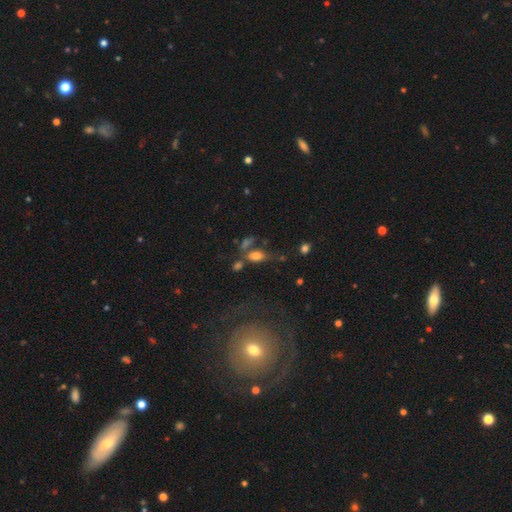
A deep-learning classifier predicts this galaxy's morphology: Overall: smooth (72%). How rounded: in between (85%). Merging: none (44%; merger 26%).